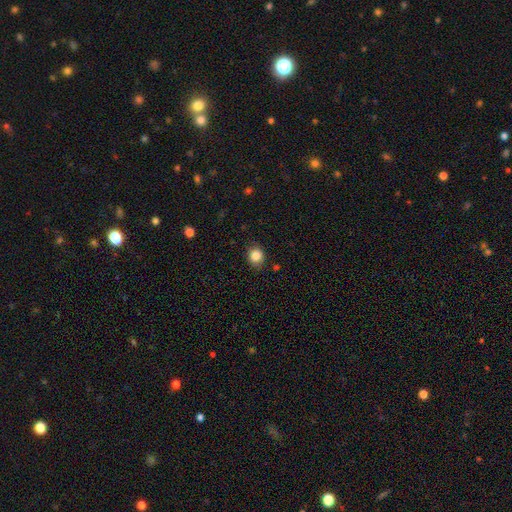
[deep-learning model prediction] smooth 85%, star or artifact 10%, featured or disk 5%. Down the decision tree: how rounded — round (75%); merging — none (84%).